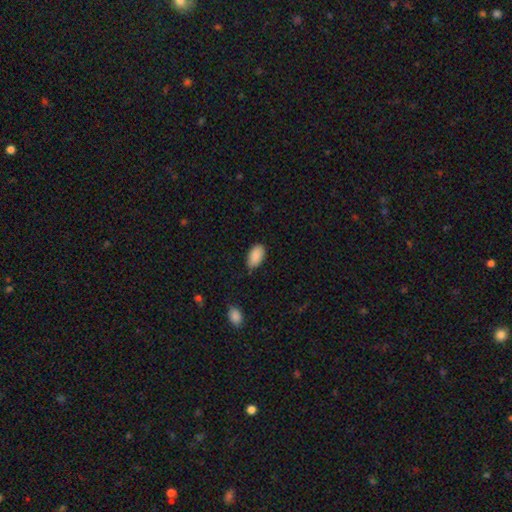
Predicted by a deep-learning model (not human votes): smooth 90%, star or artifact 7%, featured or disk 4%. Down the decision tree: how rounded — in between (95%); merging — none (76%).